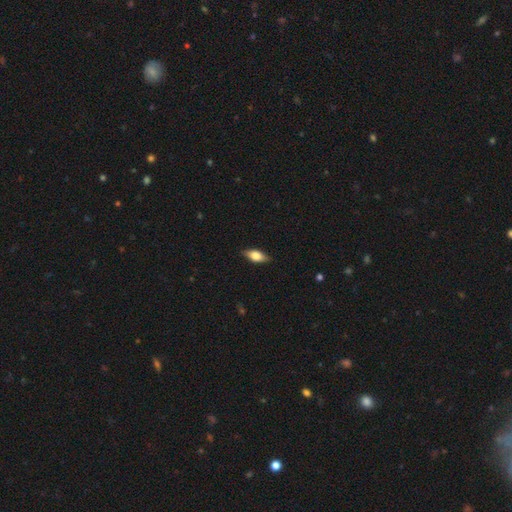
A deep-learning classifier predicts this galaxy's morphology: smooth-or-featured: smooth: 67% | featured or disk: 26% | star or artifact: 7%
  how-rounded: in between: 80% | cigar-shaped: 16% | round: 4%
  merging: none: 86% | minor disturbance: 11% | major disturbance: 2% | merger: 1%